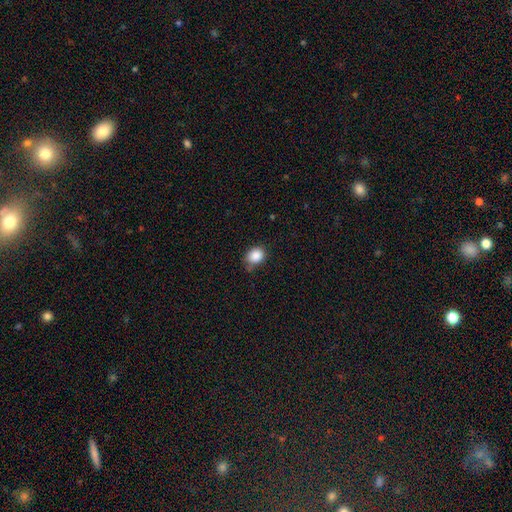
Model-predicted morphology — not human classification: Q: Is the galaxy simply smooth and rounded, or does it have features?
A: smooth — 87%.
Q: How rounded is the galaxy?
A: round — 55%.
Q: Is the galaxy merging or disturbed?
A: none — 66%.